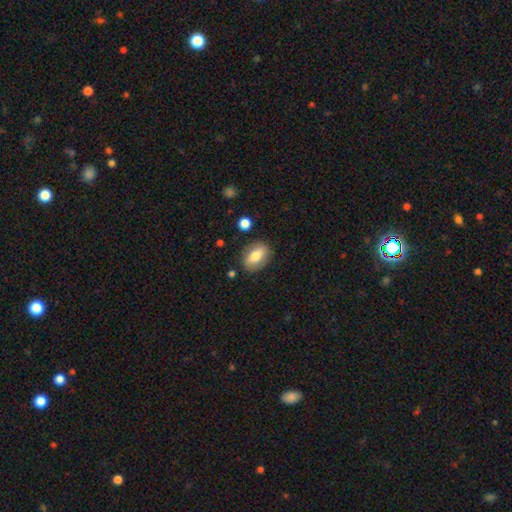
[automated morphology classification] This is likely a smooth galaxy (73%). How rounded: likely in between (80%). Merging: clearly none (83%).